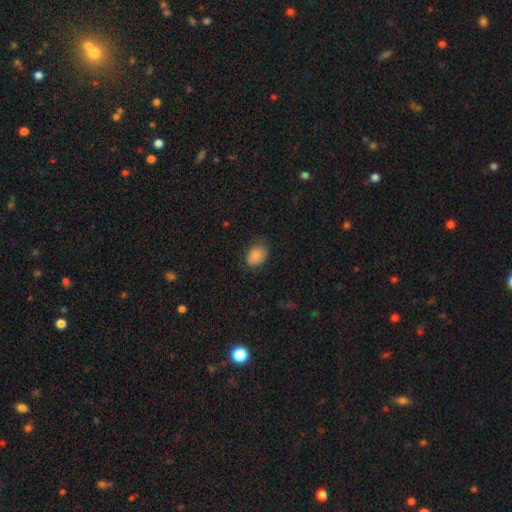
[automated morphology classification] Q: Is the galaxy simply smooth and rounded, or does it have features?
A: smooth — 87%.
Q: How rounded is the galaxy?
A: in between — 70%.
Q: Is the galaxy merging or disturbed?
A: none — 77%.